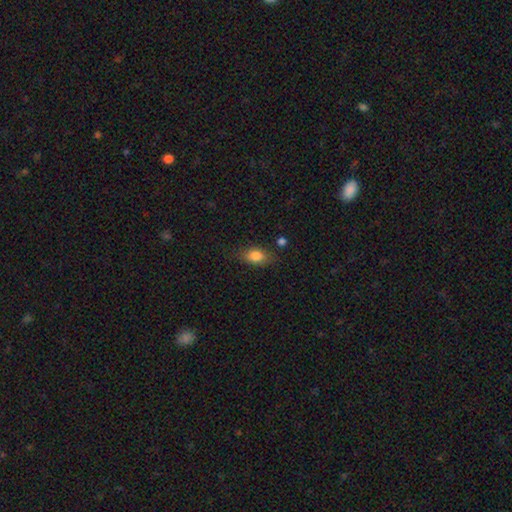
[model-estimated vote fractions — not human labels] This appears to be a smooth galaxy with no disk features (81%) that is in between round and cigar-shaped (80%). Merging: none (75%).